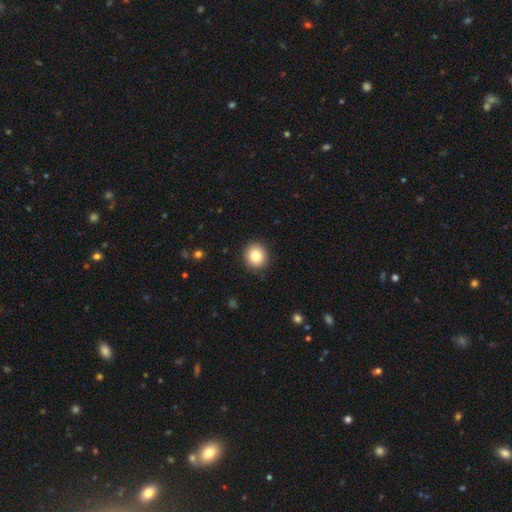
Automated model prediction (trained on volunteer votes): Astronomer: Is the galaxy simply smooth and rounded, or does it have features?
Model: smooth — 85%.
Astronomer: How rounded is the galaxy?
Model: round — 85%.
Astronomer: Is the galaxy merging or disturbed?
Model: none — 90%.